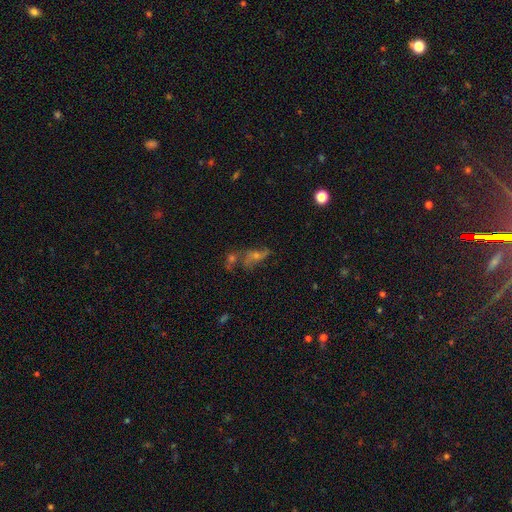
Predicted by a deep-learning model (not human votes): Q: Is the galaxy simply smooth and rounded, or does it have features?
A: featured or disk — 46%.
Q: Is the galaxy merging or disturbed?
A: none — 39%.